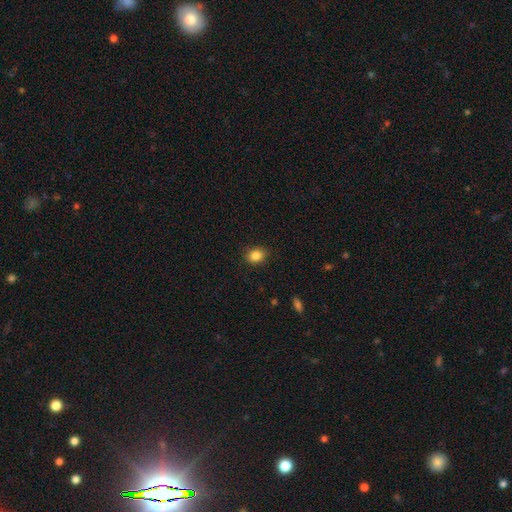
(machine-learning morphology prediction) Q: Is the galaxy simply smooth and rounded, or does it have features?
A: smooth — 86%.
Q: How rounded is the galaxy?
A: in between — 53%.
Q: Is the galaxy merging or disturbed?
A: none — 88%.